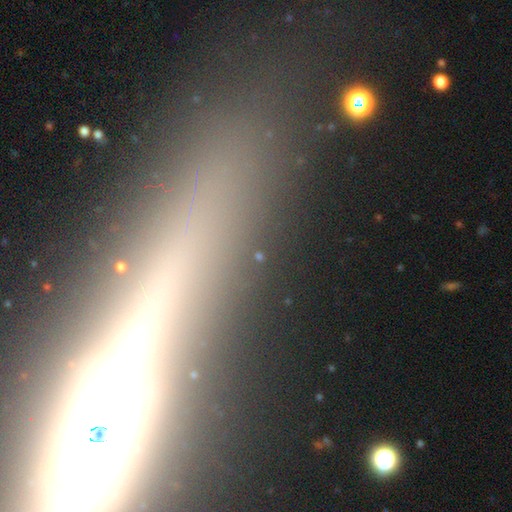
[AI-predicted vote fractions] Smooth or featured: featured or disk — 37% (star or artifact — 34%)
Merging: none — 80% (minor disturbance — 10%)